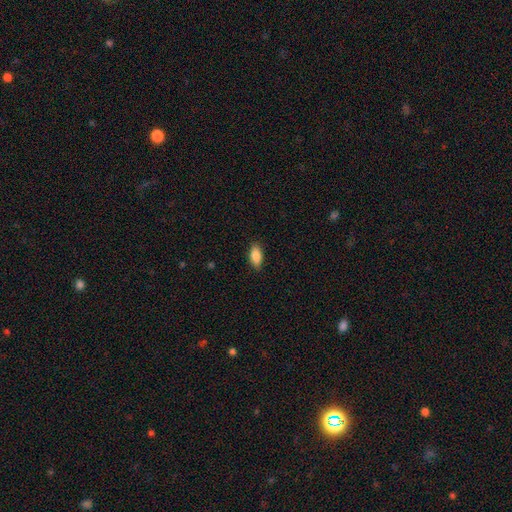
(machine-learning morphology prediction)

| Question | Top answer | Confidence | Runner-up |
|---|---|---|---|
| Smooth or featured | smooth | 87% | star or artifact (7%) |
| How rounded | in between | 88% | cigar-shaped (9%) |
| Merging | none | 86% | minor disturbance (11%) |